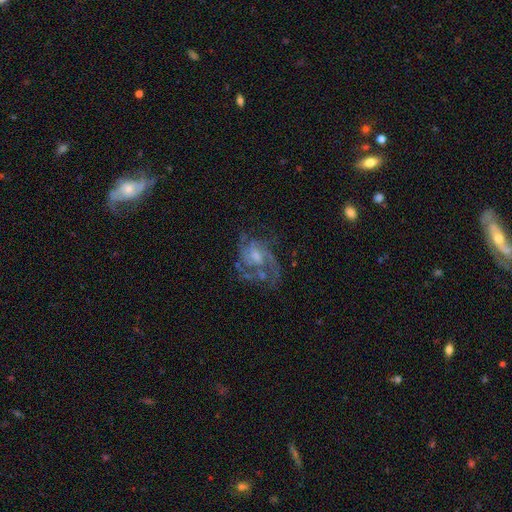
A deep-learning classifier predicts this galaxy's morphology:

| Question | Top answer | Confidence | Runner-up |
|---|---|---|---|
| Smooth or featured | featured or disk | 78% | smooth (11%) |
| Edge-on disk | no | 97% | yes (3%) |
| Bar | no | 65% | weak (30%) |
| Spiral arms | yes | 85% | no (15%) |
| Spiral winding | medium | 47% | tight (29%) |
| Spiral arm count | can't tell | 30% | 3 (28%) |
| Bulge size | small | 43% | moderate (41%) |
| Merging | none | 53% | major disturbance (25%) |